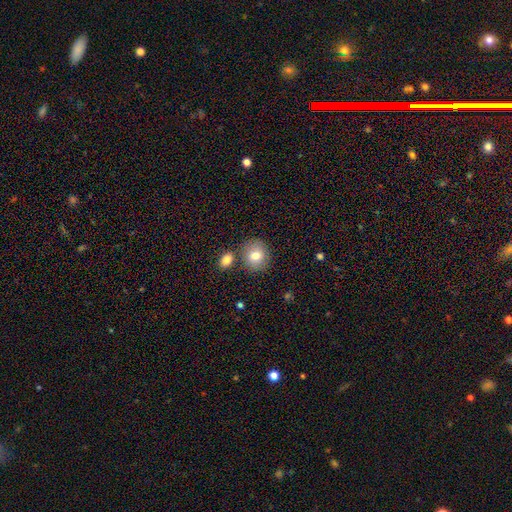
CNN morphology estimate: A smooth galaxy with no disk features (79%) that is round (73%).

Vote fractions:
- Smooth or featured? smooth: 79% / featured or disk: 12% / star or artifact: 9%
- How rounded? round: 73% / in between: 26% / cigar-shaped: 1%
- Merging? none: 75% / merger: 12% / minor disturbance: 11% / major disturbance: 3%